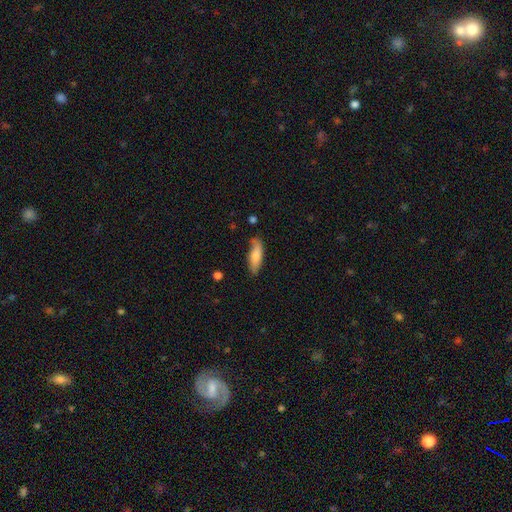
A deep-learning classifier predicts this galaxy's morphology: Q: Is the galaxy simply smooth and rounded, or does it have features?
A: smooth — 77%.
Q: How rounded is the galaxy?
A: in between — 51%.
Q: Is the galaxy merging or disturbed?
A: none — 75%.